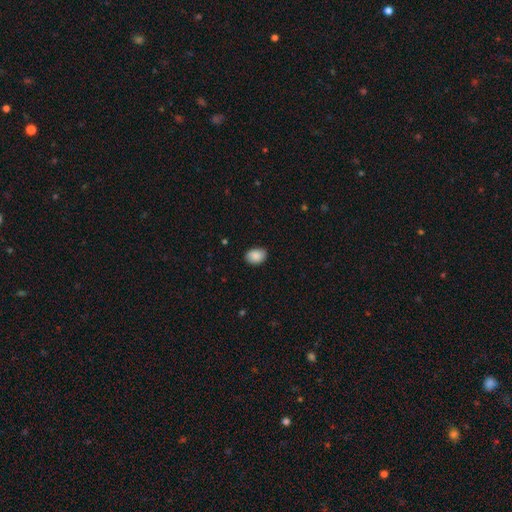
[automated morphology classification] Smooth or featured? smooth (89%)
How rounded? in between (77%)
Merging? none (83%)